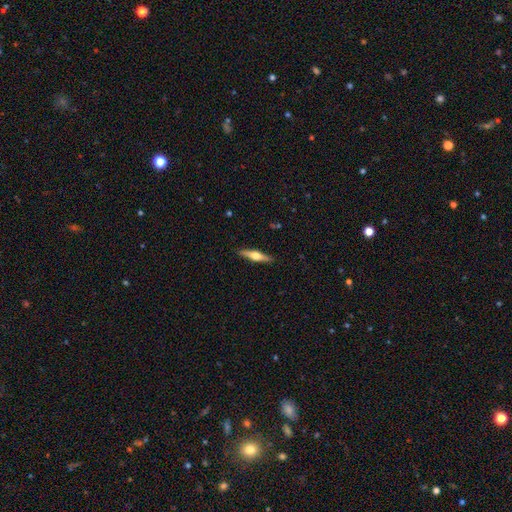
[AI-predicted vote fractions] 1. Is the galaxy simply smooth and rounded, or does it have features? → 57% featured or disk, 37% smooth, 5% star or artifact.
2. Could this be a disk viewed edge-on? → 96% yes, 4% no.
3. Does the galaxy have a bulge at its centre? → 92% rounded, 5% boxy, 3% none.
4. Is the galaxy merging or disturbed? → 90% none, 8% minor disturbance, 2% major disturbance, 1% merger.